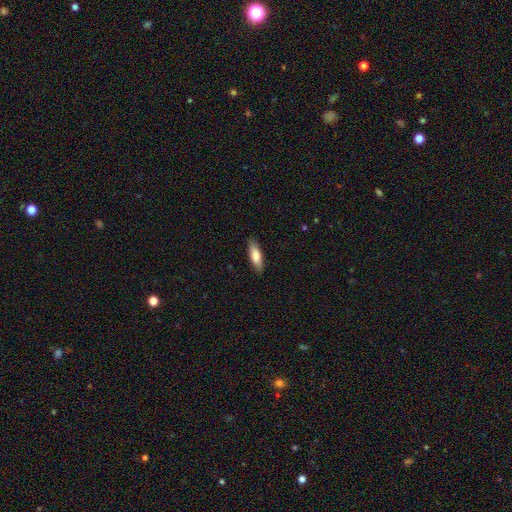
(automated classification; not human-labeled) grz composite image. It shows a smooth galaxy with no disk features (78%) that is in between round and cigar-shaped (54%). Merging: none (88%).